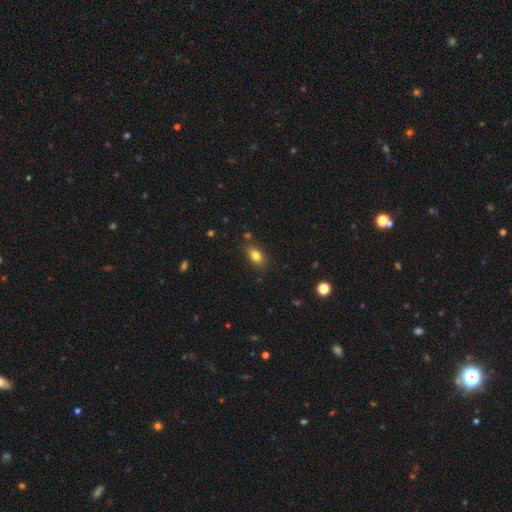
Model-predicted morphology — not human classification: This is clearly a smooth galaxy (80%). How rounded: clearly in between (85%). Merging: clearly none (81%).